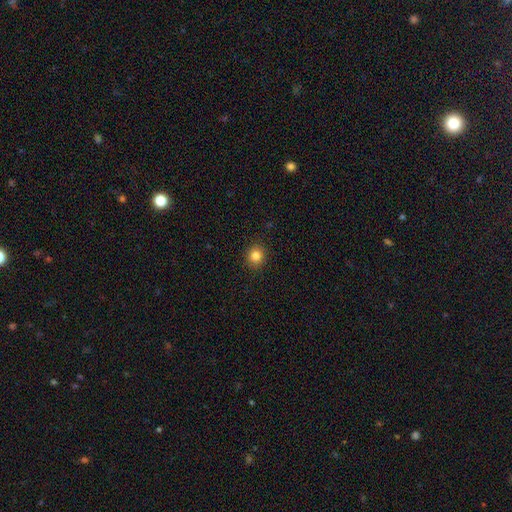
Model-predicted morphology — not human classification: type=smooth (83%); roundness=round (87%); merging=none (91%).